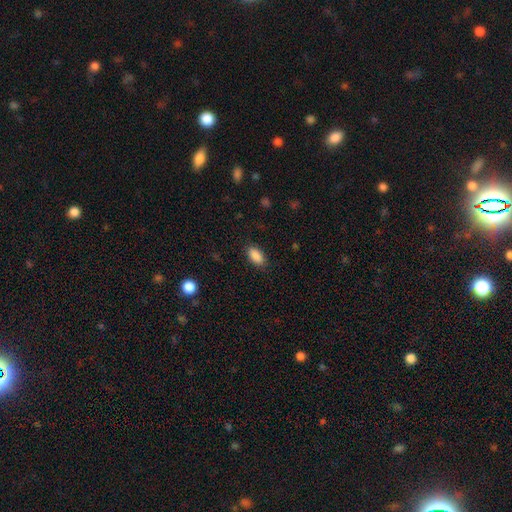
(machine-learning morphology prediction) Smooth or featured?
  - smooth: 89% *
  - star or artifact: 8%
  - featured or disk: 4%
How rounded?
  - in between: 92% *
  - round: 4%
  - cigar-shaped: 3%
Merging?
  - none: 84% *
  - minor disturbance: 11%
  - major disturbance: 3%
  - merger: 1%